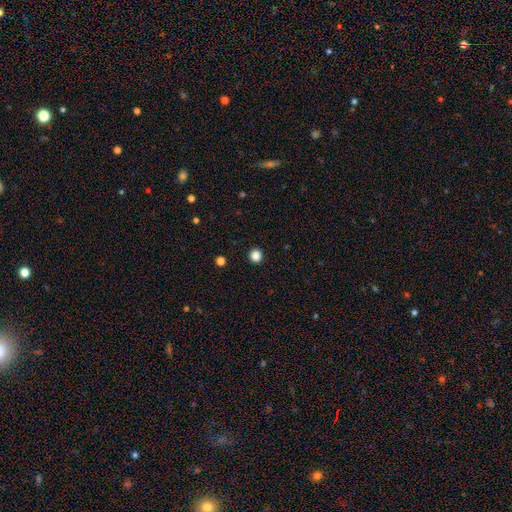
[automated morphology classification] Smooth or featured?
  - smooth: 85% *
  - star or artifact: 12%
  - featured or disk: 3%
How rounded?
  - round: 94% *
  - in between: 5%
  - cigar-shaped: 1%
Merging?
  - none: 93% *
  - minor disturbance: 4%
  - major disturbance: 2%
  - merger: 1%